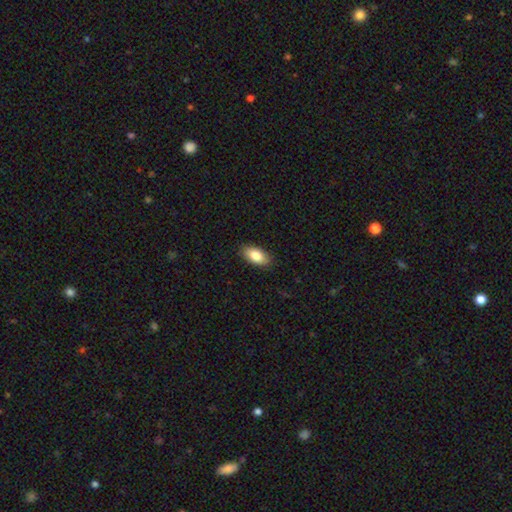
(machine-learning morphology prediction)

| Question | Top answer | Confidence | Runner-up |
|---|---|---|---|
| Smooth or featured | smooth | 84% | featured or disk (9%) |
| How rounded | in between | 93% | cigar-shaped (4%) |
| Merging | none | 89% | minor disturbance (9%) |